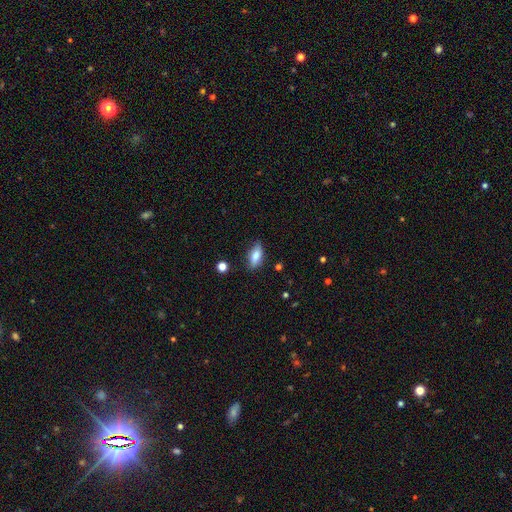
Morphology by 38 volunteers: Q: Smooth or featured?
A: smooth (58%); runner-up: featured or disk (37%)
Q: How rounded?
A: in between (64%); runner-up: cigar-shaped (32%)
Q: Merging?
A: none (72%); runner-up: minor disturbance (19%)